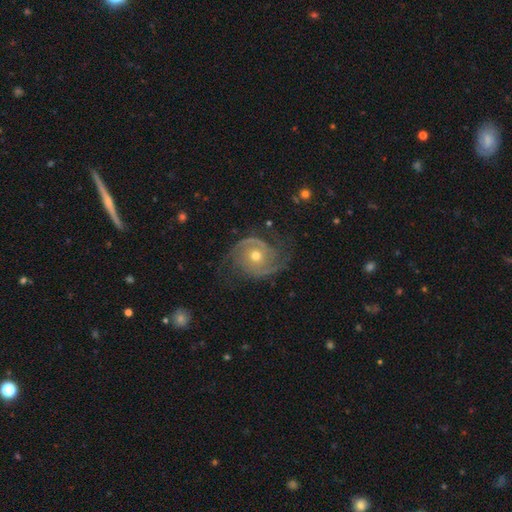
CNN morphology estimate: Smooth or featured?
  - featured or disk: 88% *
  - smooth: 7%
  - star or artifact: 5%
Edge-on disk?
  - no: 98% *
  - yes: 2%
Bar?
  - no: 74% *
  - weak: 20%
  - strong: 6%
Spiral arms?
  - yes: 97% *
  - no: 3%
Spiral winding?
  - tight: 45% *
  - medium: 43%
  - loose: 13%
Spiral arm count?
  - 2: 74% *
  - 3: 10%
  - can't tell: 8%
  - 1: 3%
  - 4: 3%
  - more than 4: 3%
Bulge size?
  - moderate: 69% *
  - small: 26%
  - large: 3%
  - none: 1%
  - dominant: 1%
Merging?
  - none: 71% *
  - minor disturbance: 19%
  - major disturbance: 9%
  - merger: 1%